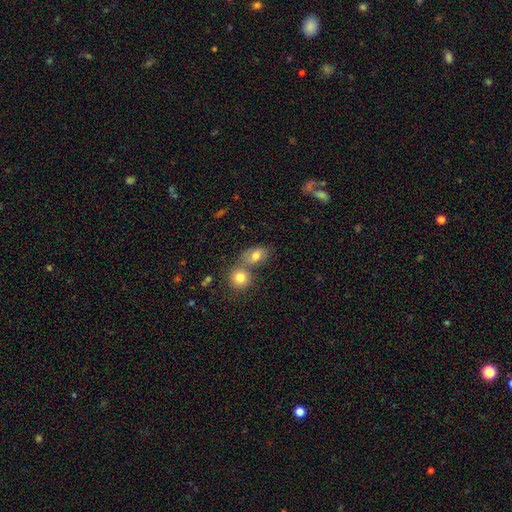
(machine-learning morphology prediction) smooth-or-featured: smooth: 77% | featured or disk: 13% | star or artifact: 10%
  how-rounded: in between: 75% | round: 22% | cigar-shaped: 2%
  merging: none: 44% | merger: 39% | minor disturbance: 12% | major disturbance: 5%